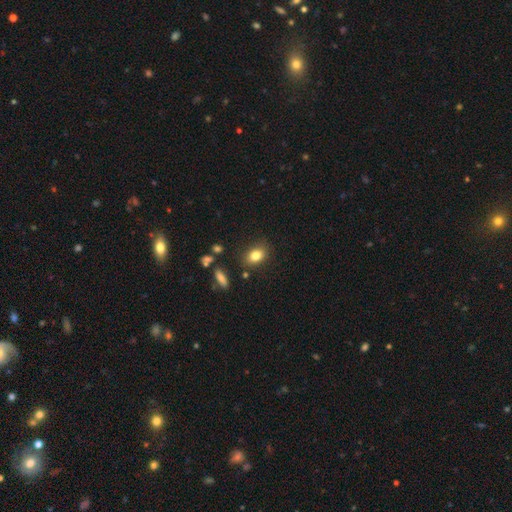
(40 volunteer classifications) A smooth galaxy with no disk features (88%) that is in between round and cigar-shaped (77%). Merging: none (68%).